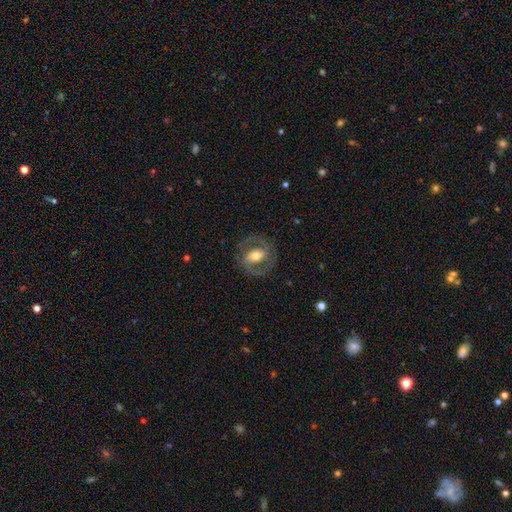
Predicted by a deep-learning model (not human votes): Overall: featured or disk (76%). Edge-on disk: no (96%). Bar: weak (37%; strong 34%). Spiral arms: yes (77%). Spiral arm count: 2 (86%). Spiral winding: medium (50%; tight 35%). Bulge size: moderate (67%). Merging: none (79%).